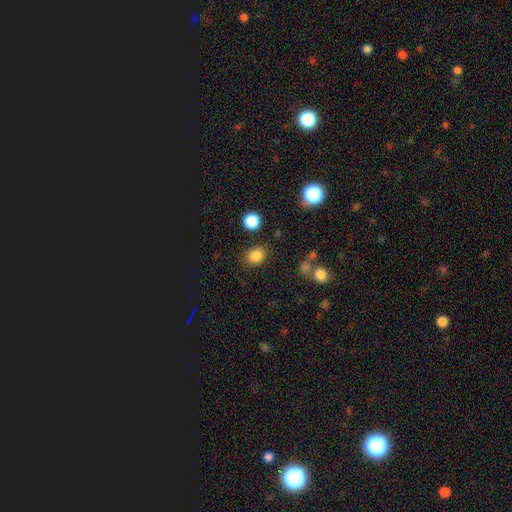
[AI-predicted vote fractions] This appears to be a smooth galaxy with no disk features (84%) that is round (52%). Merging: none (83%).